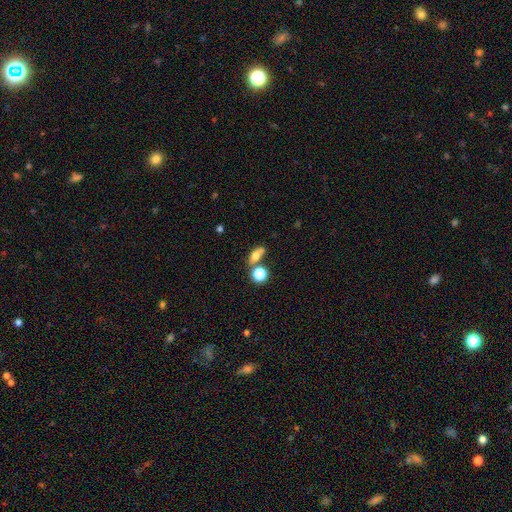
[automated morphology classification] This appears to be a smooth galaxy with no disk features (66%) that is in between round and cigar-shaped (63%). Merging: none (52%).